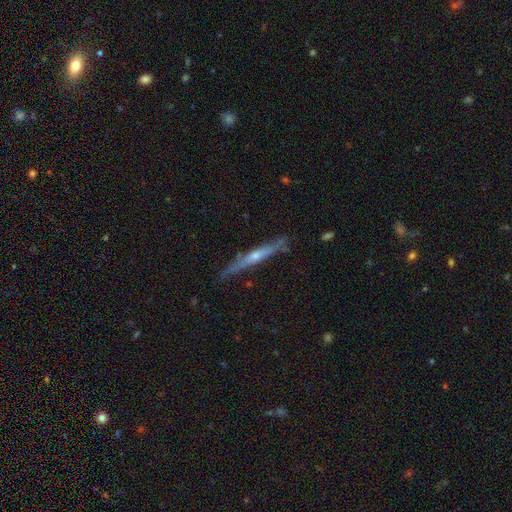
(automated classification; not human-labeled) This appears to be a featured or disk galaxy (71%) viewed edge-on (95%) with a rounded central bulge (73%). Merging: none (81%).